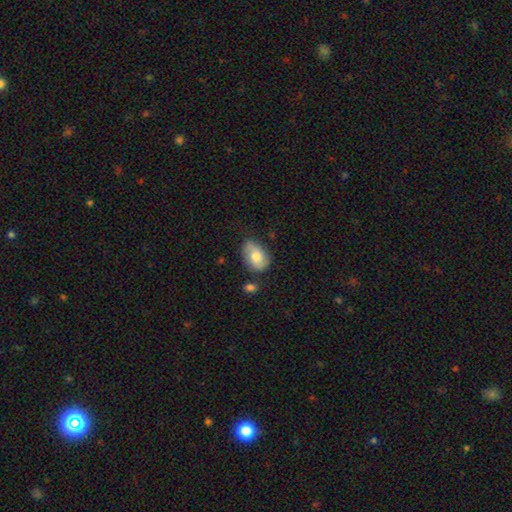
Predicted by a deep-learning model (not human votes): Overall: smooth (67%). How rounded: in between (81%). Merging: none (64%; minor disturbance 26%).